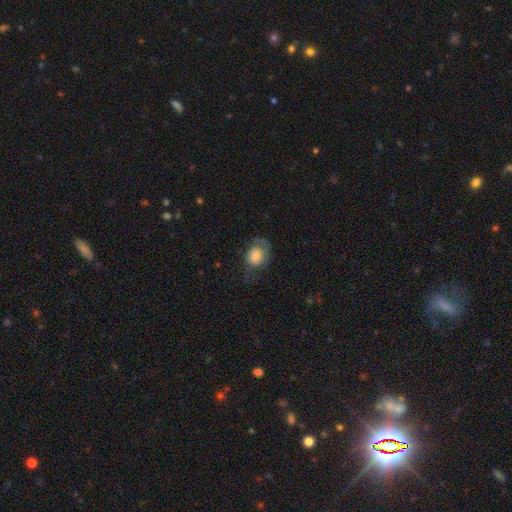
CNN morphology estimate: A smooth galaxy with no disk features (64%) that is in between round and cigar-shaped (51%). Merging: none (47%).